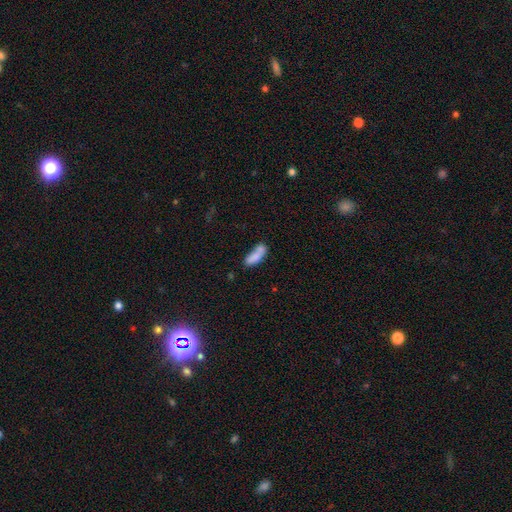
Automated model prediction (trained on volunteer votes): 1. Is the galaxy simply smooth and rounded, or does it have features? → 77% smooth, 15% featured or disk, 8% star or artifact.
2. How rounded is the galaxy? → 66% in between, 31% cigar-shaped, 3% round.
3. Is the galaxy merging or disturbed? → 41% none, 32% merger, 19% minor disturbance, 8% major disturbance.